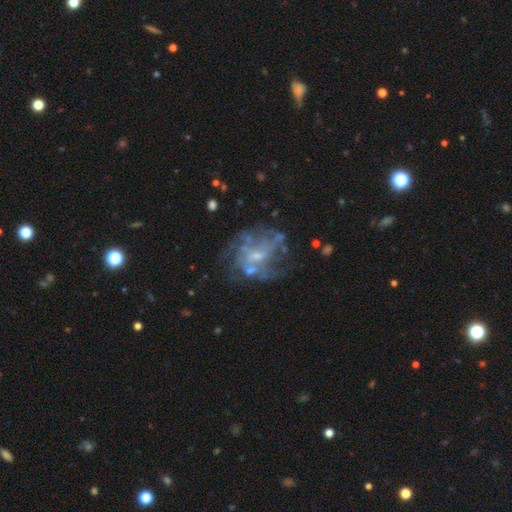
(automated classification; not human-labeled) Smooth or featured?
  - featured or disk: 74% *
  - smooth: 15%
  - star or artifact: 10%
Edge-on disk?
  - no: 98% *
  - yes: 2%
Bar?
  - no: 61% *
  - weak: 33%
  - strong: 6%
Spiral arms?
  - yes: 57% *
  - no: 43%
Bulge size?
  - small: 57% *
  - moderate: 26%
  - none: 14%
  - large: 2%
  - dominant: 1%
Merging?
  - none: 52% *
  - major disturbance: 22%
  - minor disturbance: 19%
  - merger: 7%